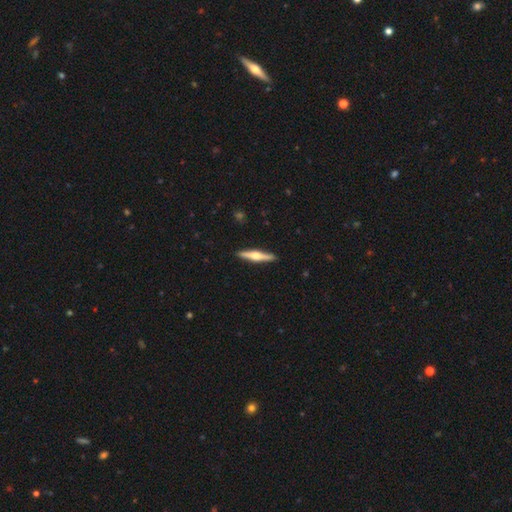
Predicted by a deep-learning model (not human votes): This appears to be a featured or disk galaxy (69%) viewed edge-on (98%) with a rounded central bulge (92%). Merging: none (92%).